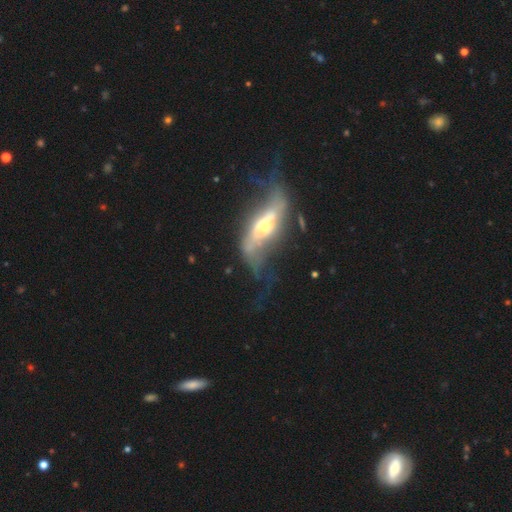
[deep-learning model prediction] Smooth or featured? featured or disk (80%)
Edge-on disk? no (72%)
Bar? strong (41%)
Spiral arms? yes (81%)
Bulge size? moderate (57%)
Merging? none (47%)